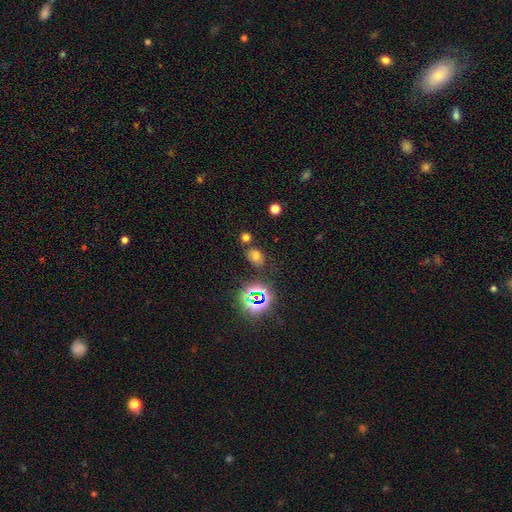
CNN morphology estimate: This appears to be a smooth galaxy with no disk features (60%) that is in between round and cigar-shaped (69%). Merging: none (68%).